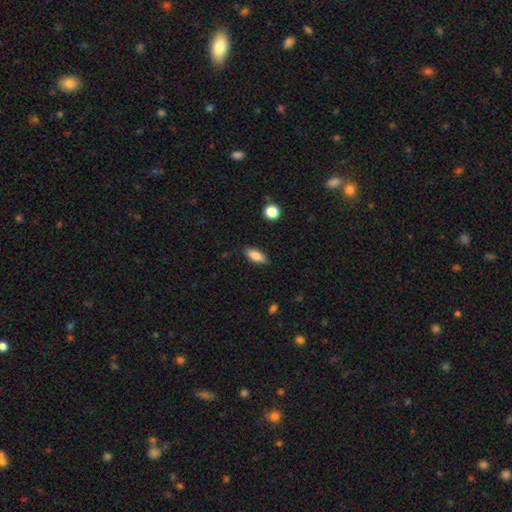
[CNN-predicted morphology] Smooth or featured?
  - smooth: 83% *
  - featured or disk: 9%
  - star or artifact: 7%
How rounded?
  - in between: 82% *
  - cigar-shaped: 15%
  - round: 3%
Merging?
  - none: 82% *
  - minor disturbance: 14%
  - major disturbance: 3%
  - merger: 1%